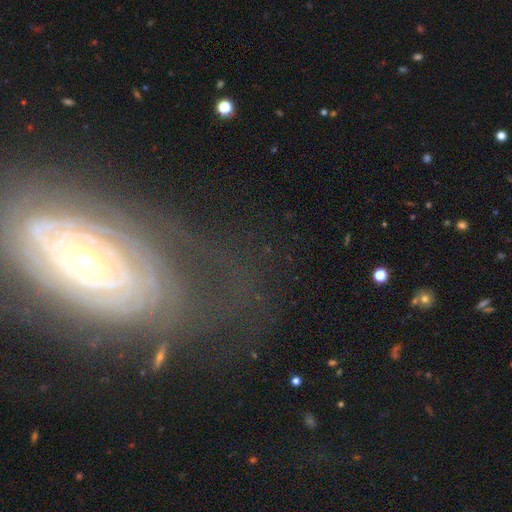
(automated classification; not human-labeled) Q: Smooth or featured?
A: featured or disk (82%); runner-up: star or artifact (10%)
Q: Edge-on disk?
A: no (93%); runner-up: yes (7%)
Q: Bar?
A: no (65%); runner-up: weak (21%)
Q: Spiral arms?
A: yes (89%); runner-up: no (11%)
Q: Spiral winding?
A: tight (83%); runner-up: medium (13%)
Q: Spiral arm count?
A: can't tell (46%); runner-up: 2 (17%)
Q: Bulge size?
A: small (61%); runner-up: moderate (34%)
Q: Merging?
A: none (72%); runner-up: minor disturbance (16%)